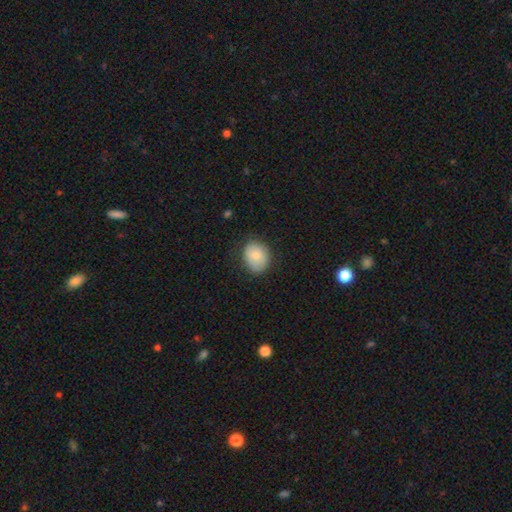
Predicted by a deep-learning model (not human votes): Smooth or featured: smooth — 81% (featured or disk — 12%)
How rounded: in between — 50% (round — 49%)
Merging: none — 76% (minor disturbance — 18%)